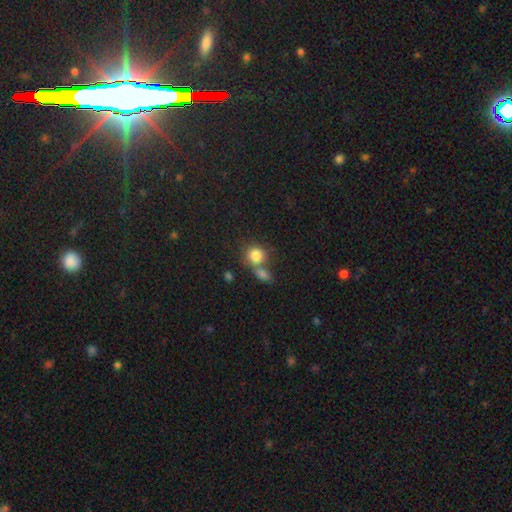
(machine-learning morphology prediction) Overall: smooth (84%). How rounded: round (81%). Merging: none (46%; merger 40%).